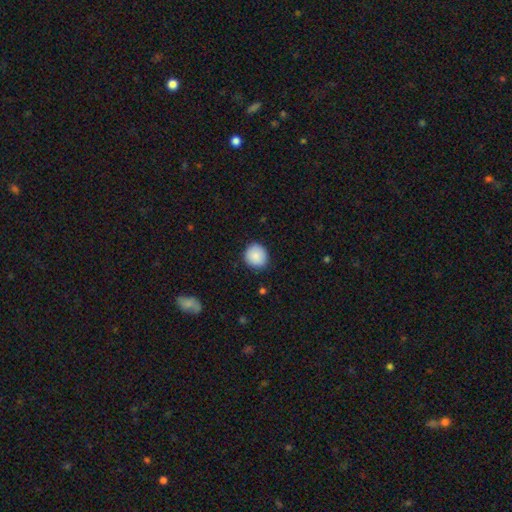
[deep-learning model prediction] Smooth or featured?
  - smooth: 89% *
  - star or artifact: 7%
  - featured or disk: 4%
How rounded?
  - round: 87% *
  - in between: 12%
  - cigar-shaped: 1%
Merging?
  - none: 88% *
  - minor disturbance: 8%
  - major disturbance: 2%
  - merger: 1%